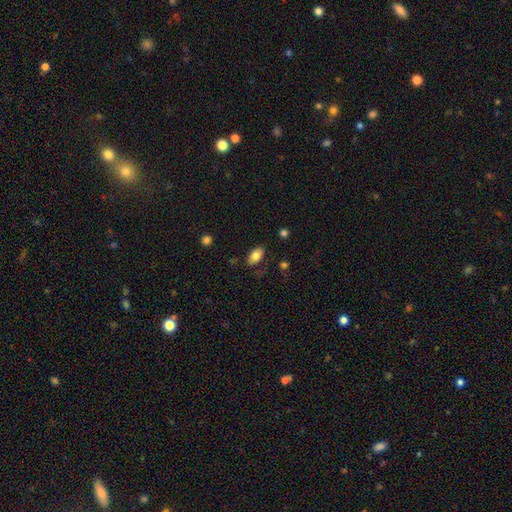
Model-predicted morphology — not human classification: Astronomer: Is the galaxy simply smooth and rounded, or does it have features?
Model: smooth — 80%.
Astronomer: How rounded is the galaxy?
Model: in between — 92%.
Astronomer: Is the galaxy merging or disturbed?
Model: none — 80%.